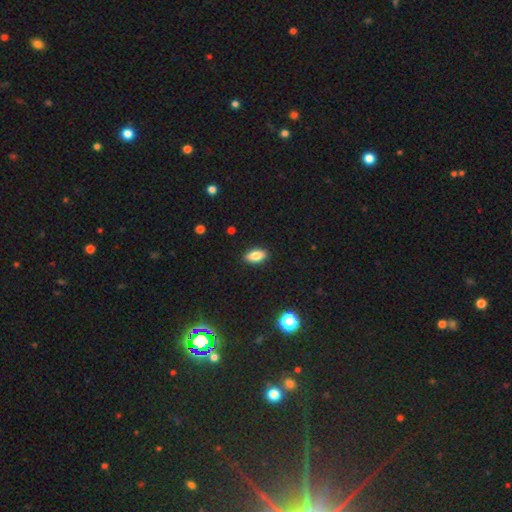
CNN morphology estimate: Overall: smooth (82%). How rounded: in between (88%). Merging: none (89%).